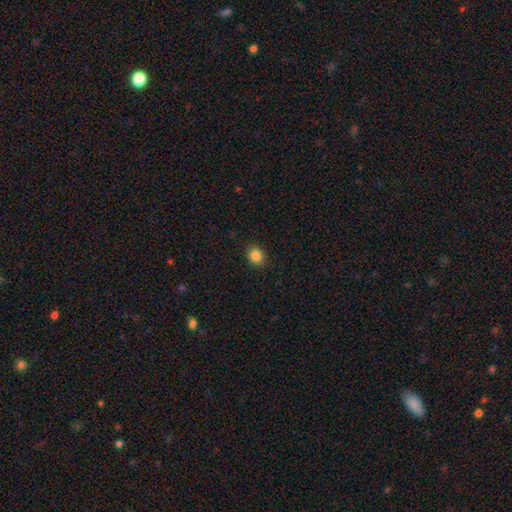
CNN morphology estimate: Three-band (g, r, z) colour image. It shows a smooth galaxy with no disk features (85%) that is round (73%). Merging: none (90%).